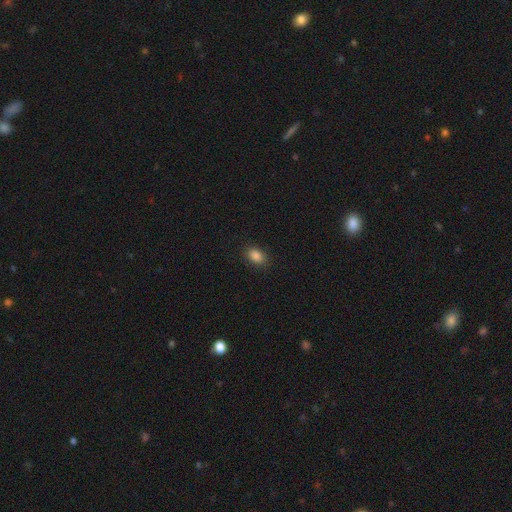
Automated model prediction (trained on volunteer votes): A smooth galaxy with no disk features (86%) that is in between round and cigar-shaped (85%).

Vote fractions:
- Smooth or featured? smooth: 86% / star or artifact: 10% / featured or disk: 4%
- How rounded? in between: 85% / round: 13% / cigar-shaped: 2%
- Merging? none: 87% / minor disturbance: 9% / major disturbance: 2% / merger: 1%